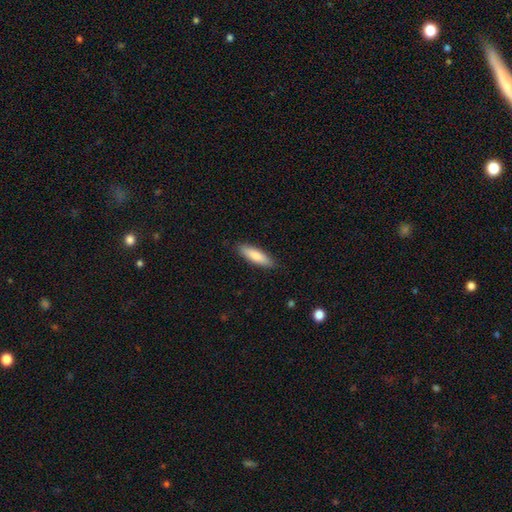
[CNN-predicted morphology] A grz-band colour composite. It shows a smooth galaxy with no disk features (81%) that is cigar-shaped (60%). Merging: none (88%).